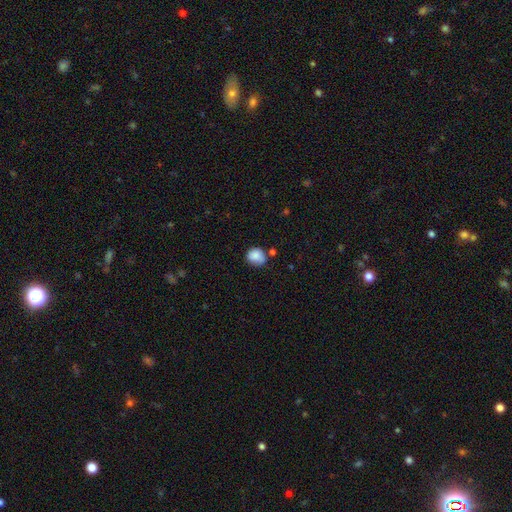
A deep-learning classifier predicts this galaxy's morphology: smooth_or_featured: smooth (p=0.85) [alt: star or artifact p=0.08]
how_rounded: round (p=0.68) [alt: in between p=0.31]
merging: none (p=0.57) [alt: minor disturbance p=0.26]